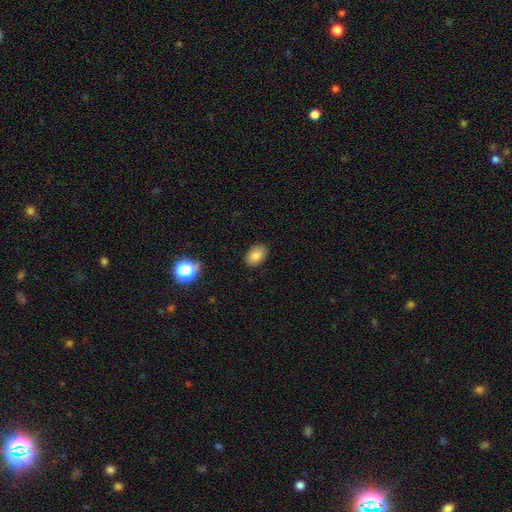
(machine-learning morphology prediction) smooth_or_featured: smooth (p=0.81) [alt: star or artifact p=0.10]
how_rounded: in between (p=0.86) [alt: round p=0.13]
merging: none (p=0.87) [alt: minor disturbance p=0.10]